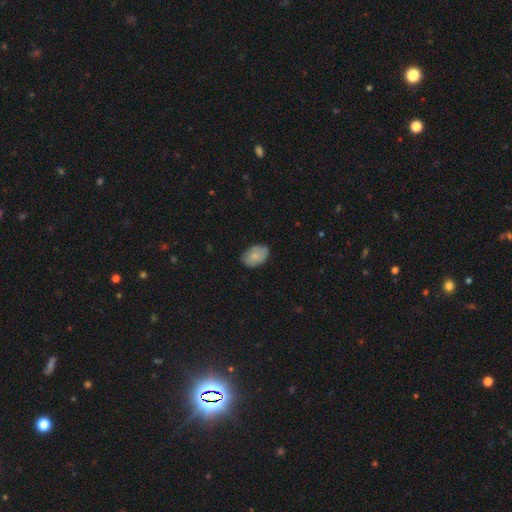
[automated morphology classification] Smooth or featured? Predicted: smooth (p=0.79). How rounded? Predicted: in between (p=0.88). Merging? Predicted: none (p=0.77).